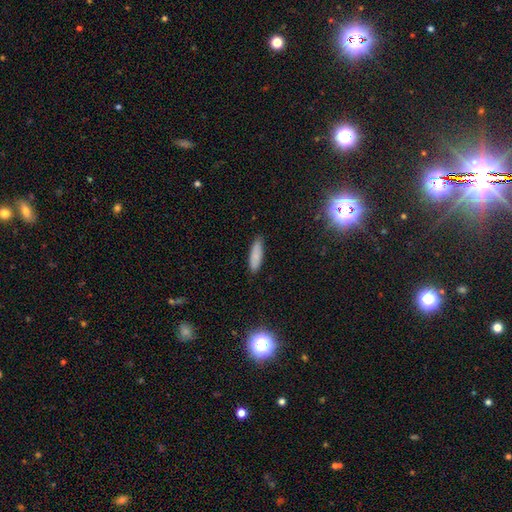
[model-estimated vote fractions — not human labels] A smooth galaxy with no disk features (82%) that is cigar-shaped (52%). Merging: none (84%).